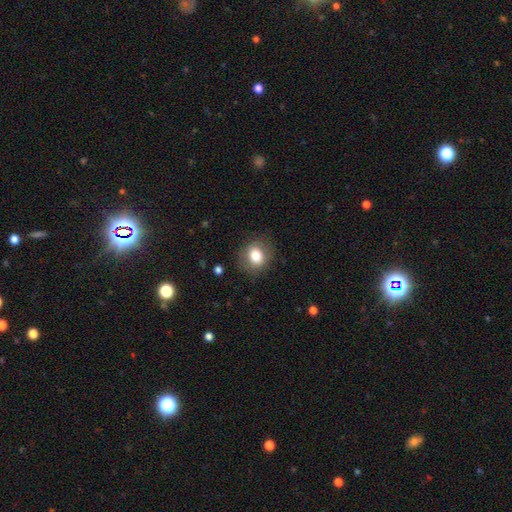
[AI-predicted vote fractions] This is likely a smooth galaxy (79%). How rounded: likely round (66%). Merging: clearly none (84%).